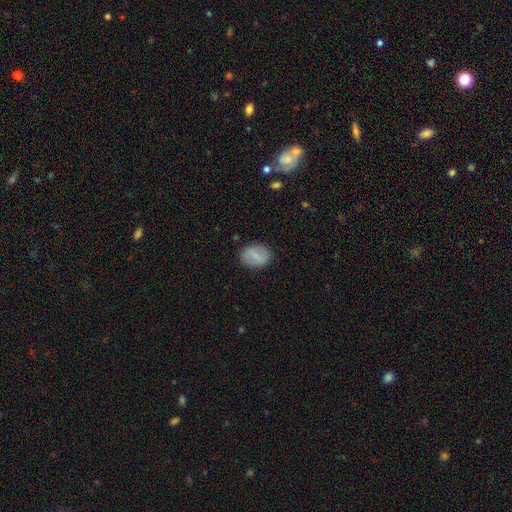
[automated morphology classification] Smooth or featured: smooth — 61% (featured or disk — 32%)
How rounded: in between — 70% (round — 28%)
Merging: none — 84% (minor disturbance — 12%)